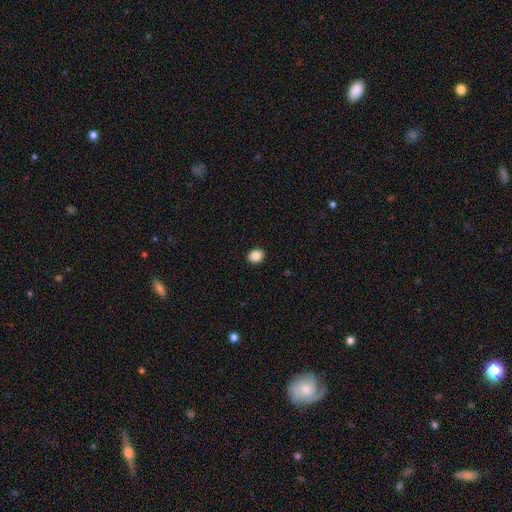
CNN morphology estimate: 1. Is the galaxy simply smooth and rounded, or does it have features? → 87% smooth, 9% star or artifact, 4% featured or disk.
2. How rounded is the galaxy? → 60% round, 40% in between, 1% cigar-shaped.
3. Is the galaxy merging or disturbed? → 92% none, 6% minor disturbance, 2% major disturbance, 1% merger.